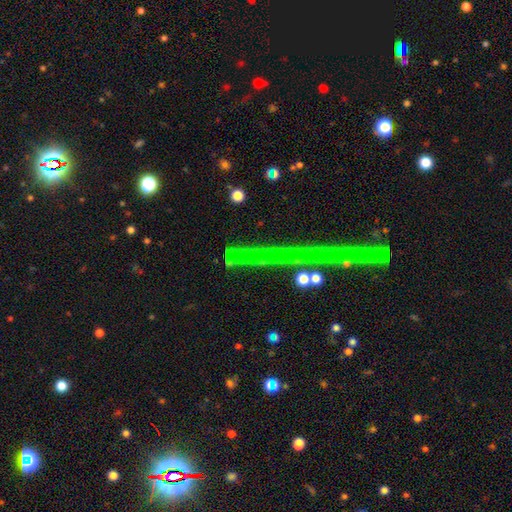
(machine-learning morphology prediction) smooth-or-featured: star or artifact: 46% | featured or disk: 40% | smooth: 14%